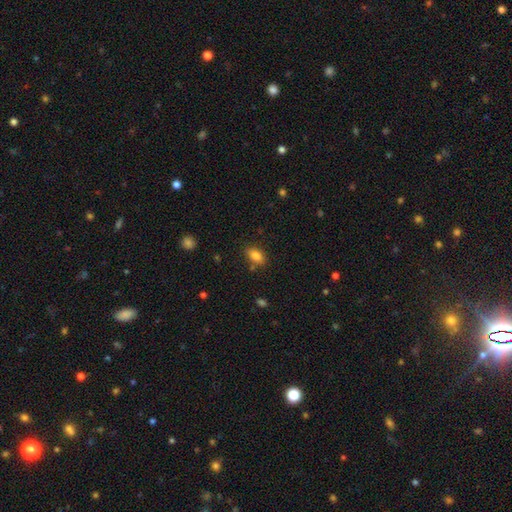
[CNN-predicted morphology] Smooth or featured? Predicted: smooth (p=0.84). How rounded? Predicted: in between (p=0.88). Merging? Predicted: none (p=0.79).